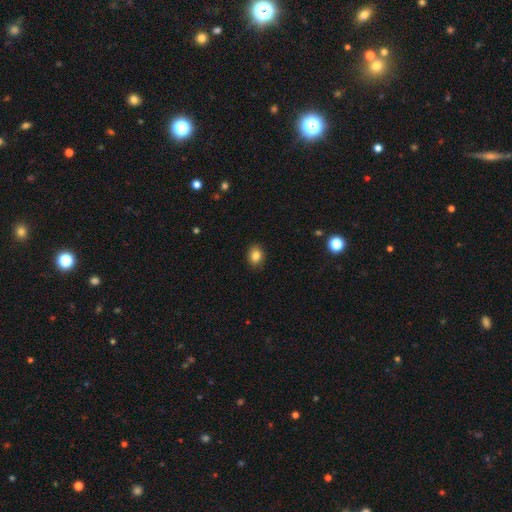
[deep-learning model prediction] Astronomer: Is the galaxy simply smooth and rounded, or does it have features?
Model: smooth — 84%.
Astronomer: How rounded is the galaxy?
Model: in between — 52% (runner-up: round, 47%).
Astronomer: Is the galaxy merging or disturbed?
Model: none — 88%.